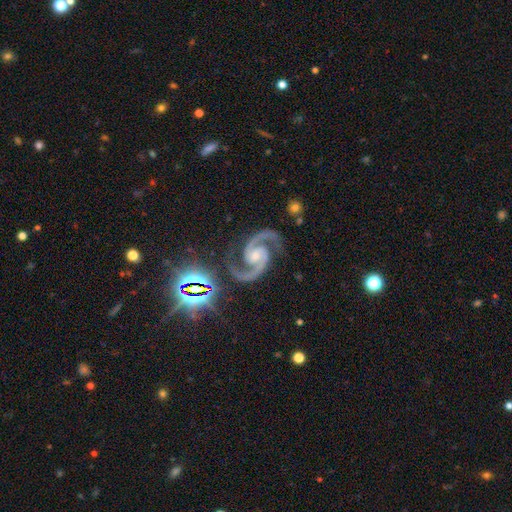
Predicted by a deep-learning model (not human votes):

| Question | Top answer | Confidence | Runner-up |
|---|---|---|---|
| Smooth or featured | featured or disk | 92% | star or artifact (6%) |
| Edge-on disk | no | 98% | yes (2%) |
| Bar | no | 52% | weak (32%) |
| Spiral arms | yes | 99% | no (1%) |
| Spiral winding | medium | 67% | tight (23%) |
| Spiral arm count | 2 | 95% | 3 (1%) |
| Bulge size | small | 50% | moderate (38%) |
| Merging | none | 82% | minor disturbance (12%) |